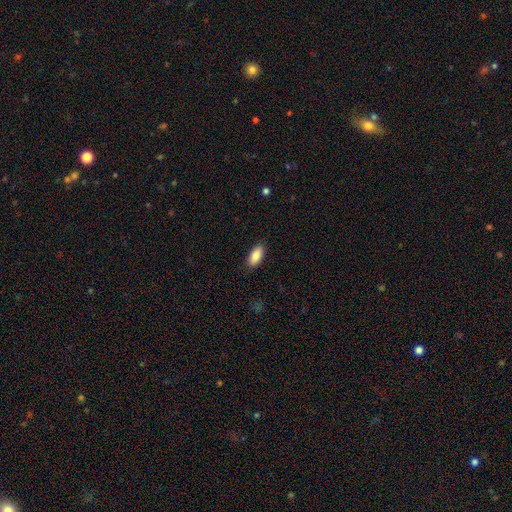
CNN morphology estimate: Smooth or featured: smooth — 86% (featured or disk — 7%)
How rounded: in between — 88% (cigar-shaped — 9%)
Merging: none — 87% (minor disturbance — 10%)